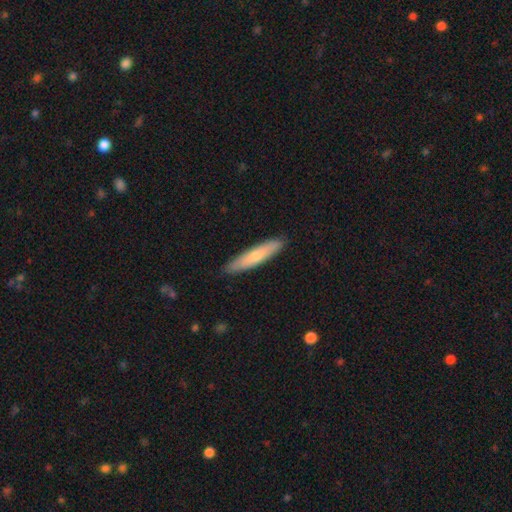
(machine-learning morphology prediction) Smooth or featured: smooth — 68% (featured or disk — 26%)
How rounded: cigar-shaped — 87% (in between — 12%)
Merging: none — 89% (minor disturbance — 8%)